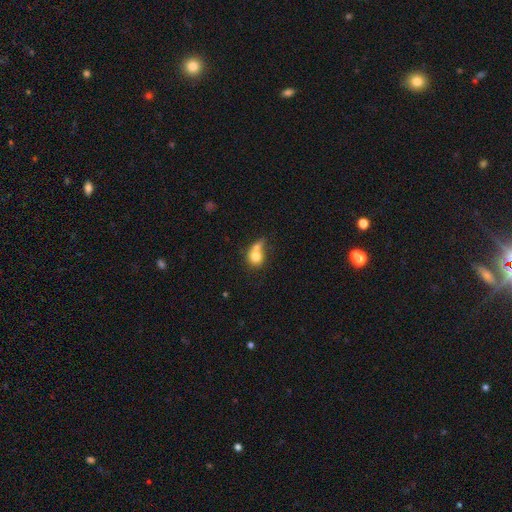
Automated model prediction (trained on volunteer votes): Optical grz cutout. It shows a smooth galaxy with no disk features (74%) that is round (71%). Merging: merger (50%).